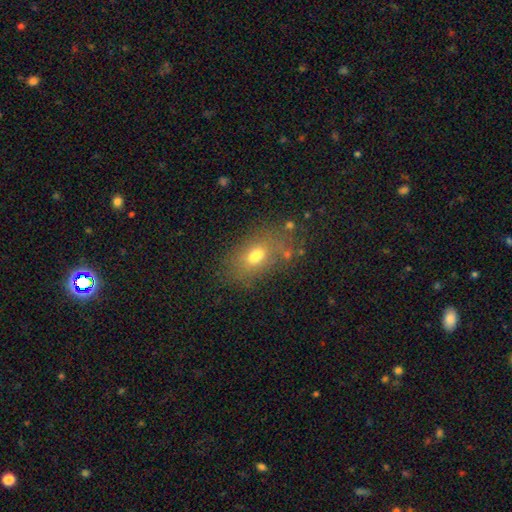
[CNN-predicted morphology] smooth 67%, featured or disk 18%, star or artifact 15%. Down the decision tree: how rounded — in between (82%); merging — none (69%).